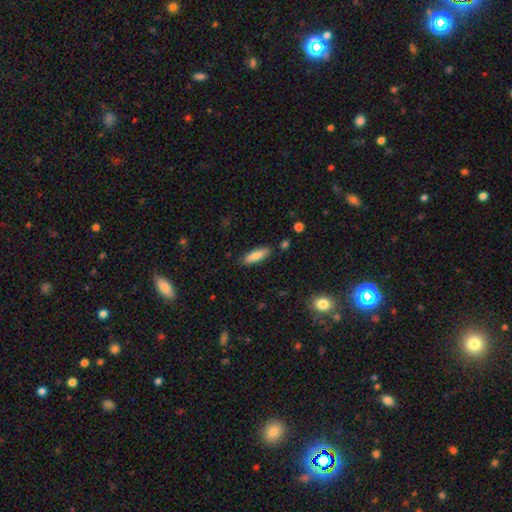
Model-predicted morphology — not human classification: Smooth or featured? smooth (81%)
How rounded? in between (50%)
Merging? none (86%)